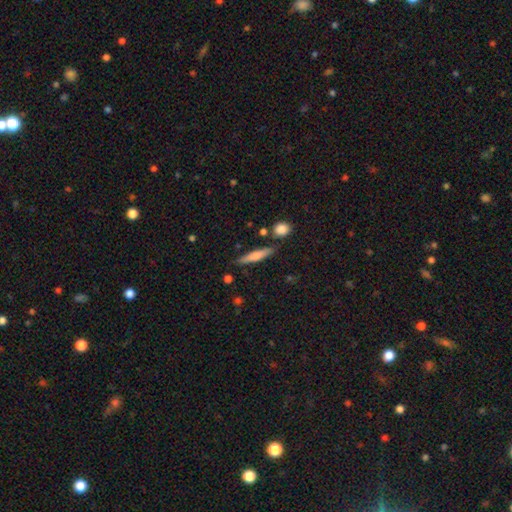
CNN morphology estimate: The model was most divided on "smooth or featured": smooth: 60%, featured or disk: 33%, star or artifact: 6%. More confident: how rounded — cigar-shaped (86%); merging — none (81%).